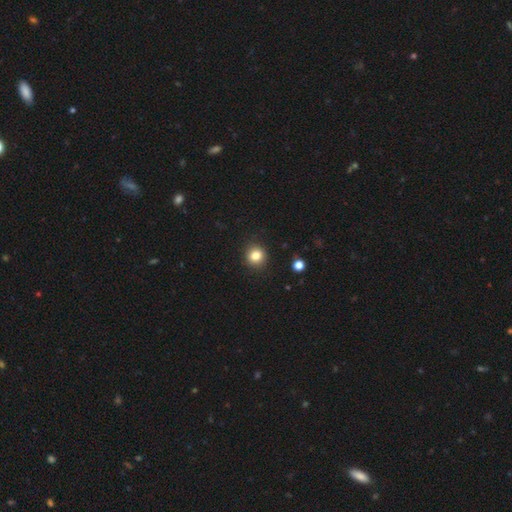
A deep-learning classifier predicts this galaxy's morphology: Smooth or featured? smooth (83%)
How rounded? round (90%)
Merging? none (91%)